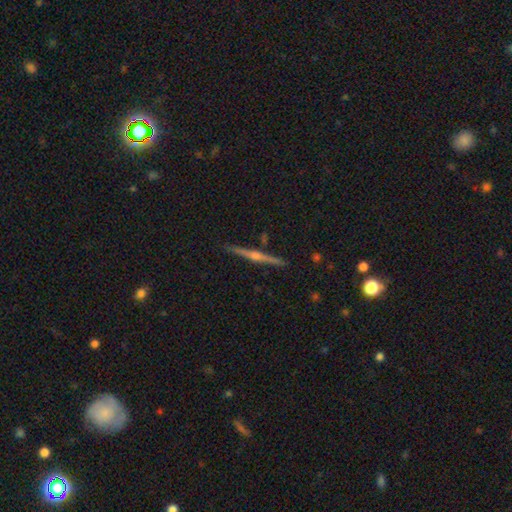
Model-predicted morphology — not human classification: Q: Smooth or featured?
A: featured or disk (81%); runner-up: smooth (11%)
Q: Edge-on disk?
A: yes (98%); runner-up: no (2%)
Q: Edge-on bulge?
A: rounded (86%); runner-up: none (8%)
Q: Merging?
A: none (90%); runner-up: minor disturbance (6%)